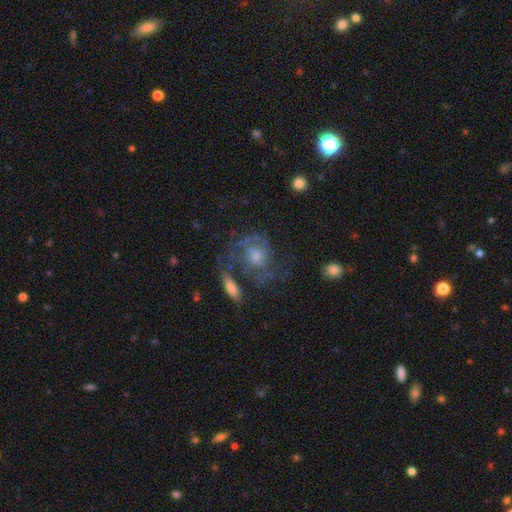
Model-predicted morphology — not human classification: Smooth or featured? Predicted: featured or disk (p=0.77). Edge-on disk? Predicted: no (p=0.97). Bar? Predicted: no (p=0.71). Spiral arms? Predicted: yes (p=0.88). Spiral winding? Predicted: medium (p=0.44). Spiral arm count? Predicted: 2 (p=0.48). Bulge size? Predicted: moderate (p=0.47). Merging? Predicted: none (p=0.54).